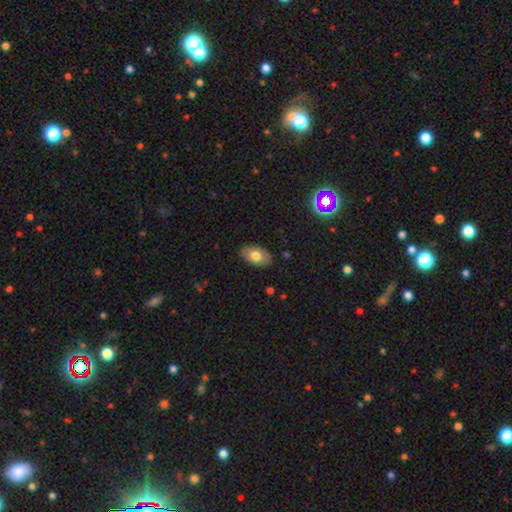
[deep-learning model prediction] This appears to be a smooth galaxy with no disk features (73%) that is in between round and cigar-shaped (93%). Merging: none (85%).